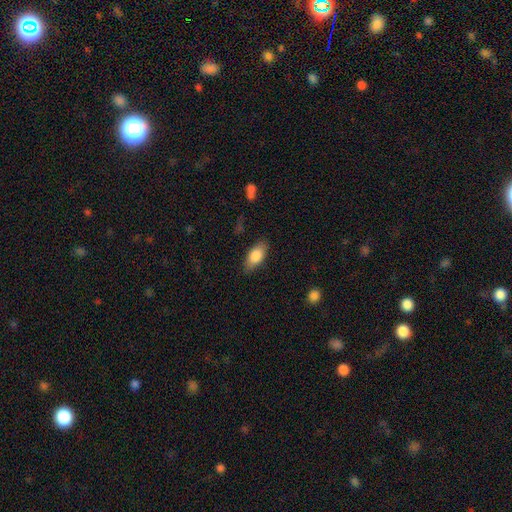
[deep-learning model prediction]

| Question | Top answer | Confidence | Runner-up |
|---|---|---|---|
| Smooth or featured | smooth | 81% | featured or disk (12%) |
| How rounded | in between | 87% | cigar-shaped (10%) |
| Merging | none | 83% | minor disturbance (13%) |